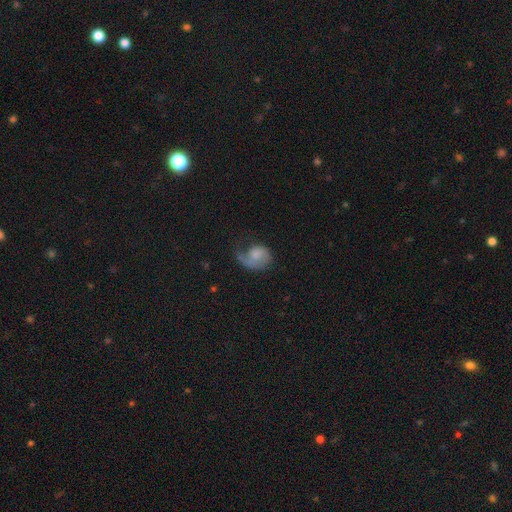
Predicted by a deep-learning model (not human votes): The model was most divided on "bulge size": small: 32%, none: 29%, moderate: 27%, large: 10%, dominant: 3%. Remaining: edge-on disk — no (98%); spiral arms — yes (83%); bar — no (73%); smooth or featured — featured or disk (52%); merging — major disturbance (41%).